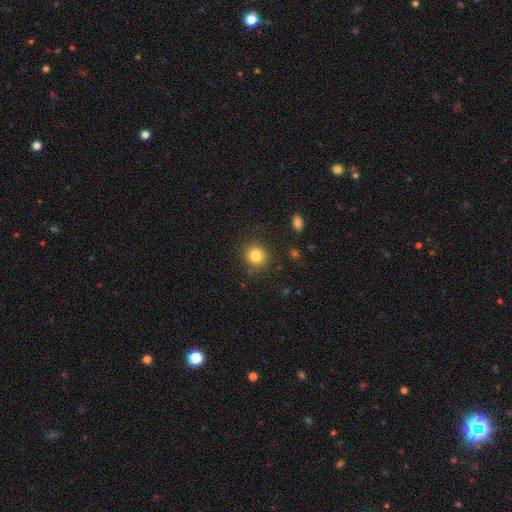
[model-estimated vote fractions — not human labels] A smooth galaxy with no disk features (83%) that is round (86%). Merging: none (87%).